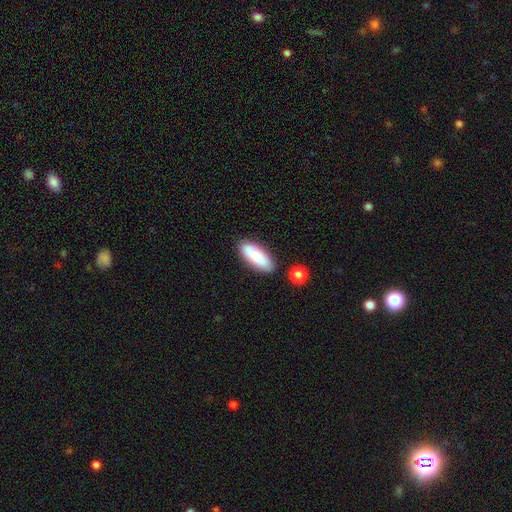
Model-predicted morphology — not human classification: Smooth or featured? Predicted: smooth (p=0.87). How rounded? Predicted: in between (p=0.68). Merging? Predicted: none (p=0.83).